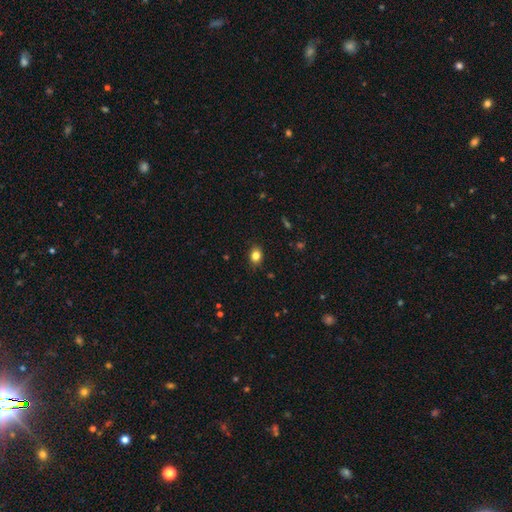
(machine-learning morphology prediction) type=smooth (82%); roundness=in between (53%); merging=none (85%).